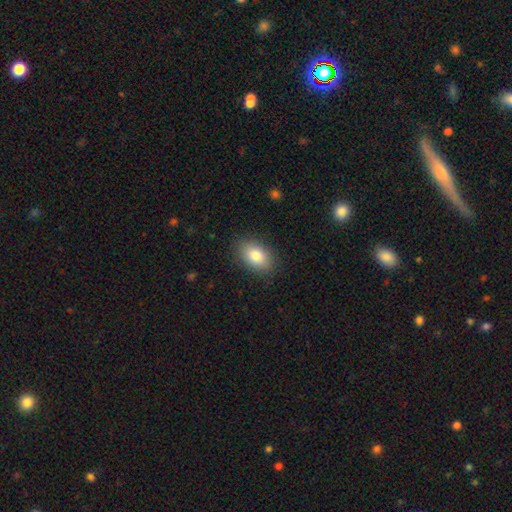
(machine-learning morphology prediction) Overall: smooth (84%). How rounded: in between (89%). Merging: none (87%).